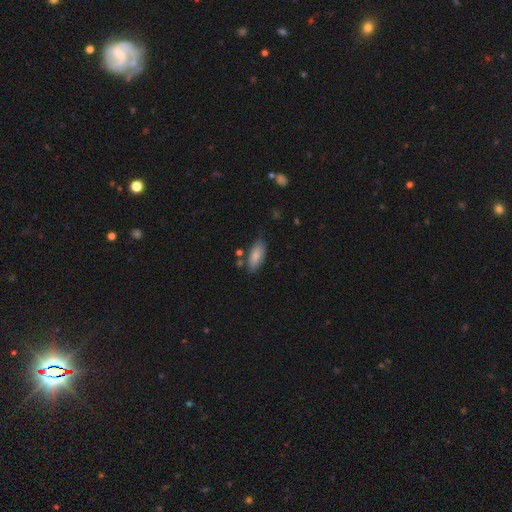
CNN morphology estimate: Q: Smooth or featured?
A: smooth (82%); runner-up: featured or disk (11%)
Q: How rounded?
A: in between (83%); runner-up: cigar-shaped (15%)
Q: Merging?
A: none (72%); runner-up: minor disturbance (19%)